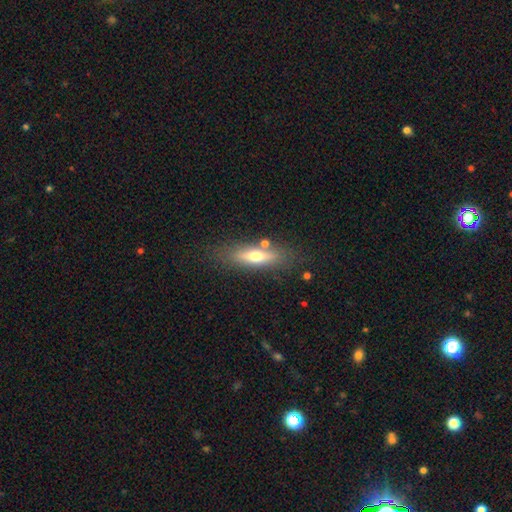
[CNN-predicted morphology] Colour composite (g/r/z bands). It shows a smooth galaxy with no disk features (55%) that is cigar-shaped (57%). Merging: none (75%).